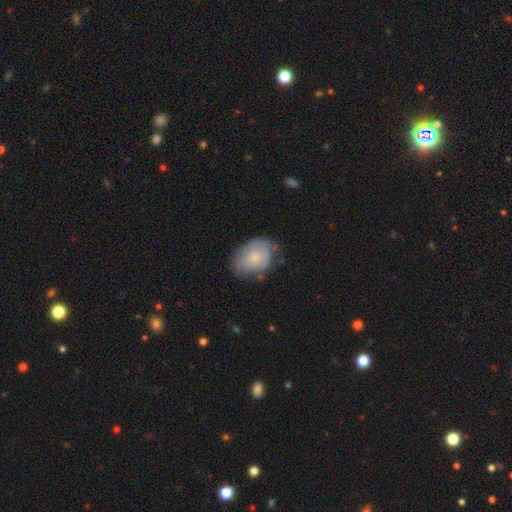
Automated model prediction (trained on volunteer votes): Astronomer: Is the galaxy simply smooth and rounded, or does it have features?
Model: smooth — 62%.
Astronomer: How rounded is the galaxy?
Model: in between — 73%.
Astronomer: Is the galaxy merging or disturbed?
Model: none — 59%.